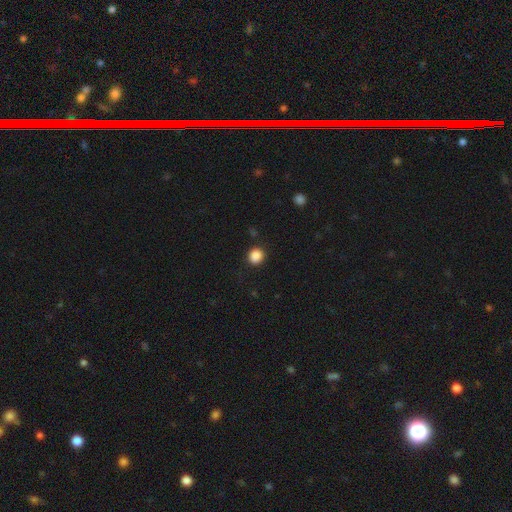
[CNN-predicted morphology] This appears to be a smooth galaxy with no disk features (87%) that is round (84%). Merging: none (88%).